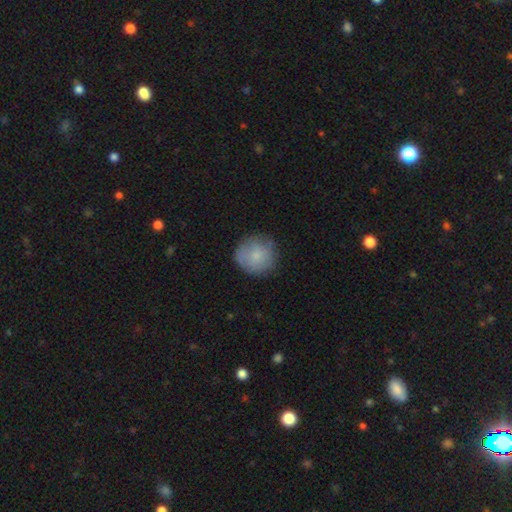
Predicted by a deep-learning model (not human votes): A smooth galaxy with no disk features (79%) that is round (93%). Merging: none (79%).